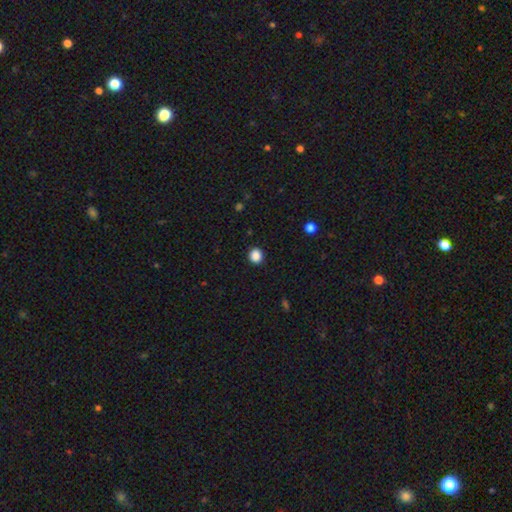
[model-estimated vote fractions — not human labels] Overall: smooth (87%). How rounded: round (83%). Merging: none (91%).